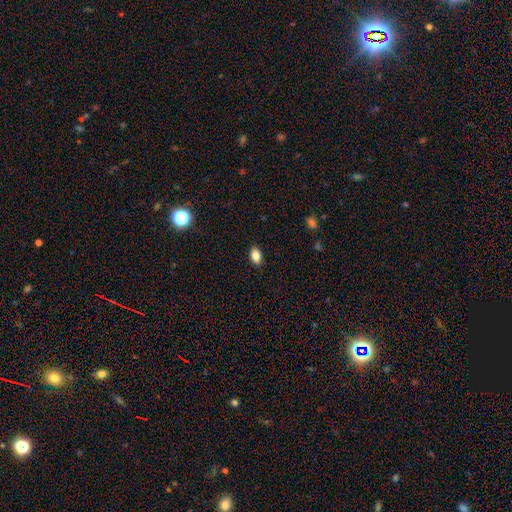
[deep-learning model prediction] The model was most divided on "smooth or featured": smooth: 85%, star or artifact: 9%, featured or disk: 6%. More confident: merging — none (89%); how rounded — in between (88%).